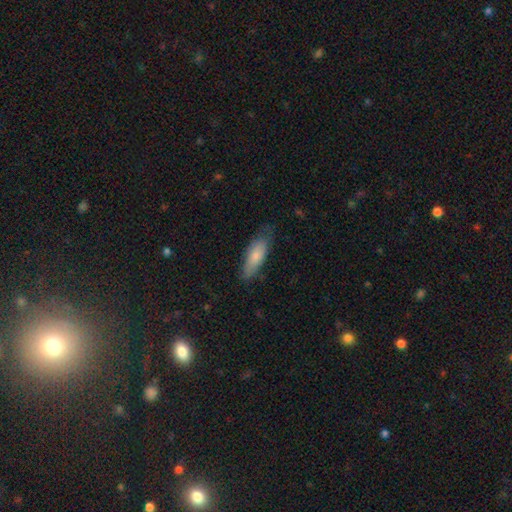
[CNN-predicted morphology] This appears to be a smooth galaxy with no disk features (76%) that is in between round and cigar-shaped (61%). Merging: none (67%).